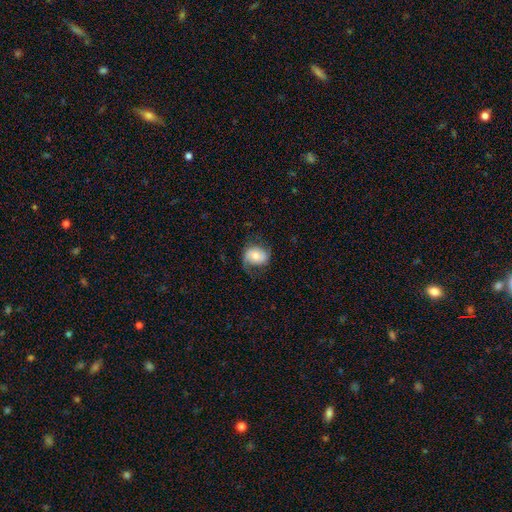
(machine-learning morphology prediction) This is possibly a smooth galaxy (49%). Merging: possibly none (58%).